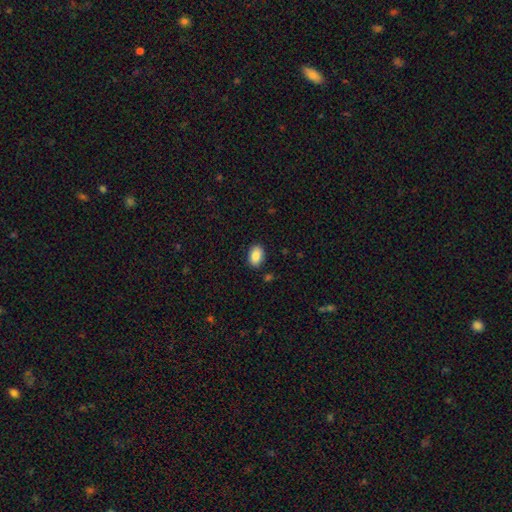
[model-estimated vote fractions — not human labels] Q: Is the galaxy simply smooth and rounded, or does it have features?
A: smooth — 86%.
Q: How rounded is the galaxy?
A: in between — 86%.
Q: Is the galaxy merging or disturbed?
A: none — 88%.